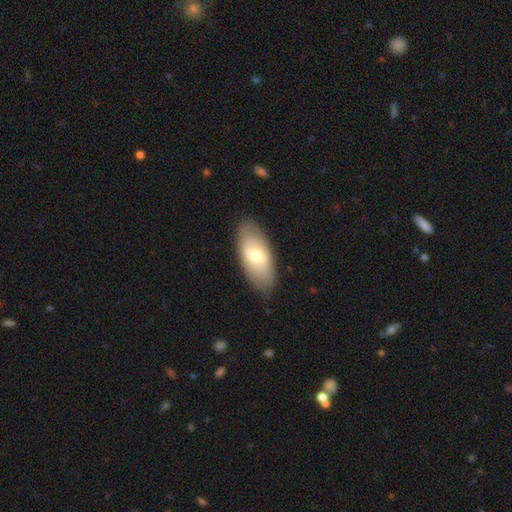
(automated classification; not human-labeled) smooth_or_featured: smooth (p=0.64) [alt: featured or disk p=0.30]
how_rounded: in between (p=0.90) [alt: cigar-shaped p=0.07]
merging: none (p=0.84) [alt: minor disturbance p=0.12]